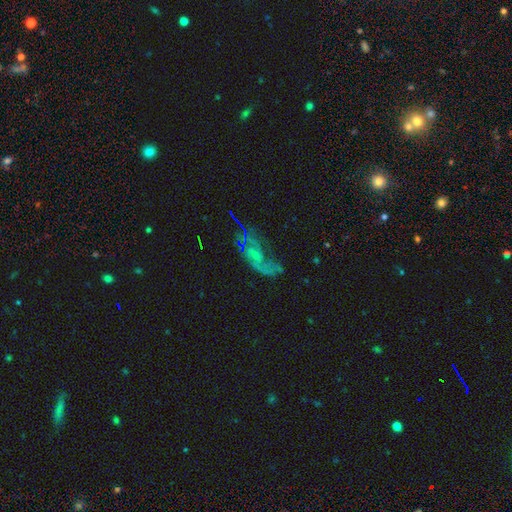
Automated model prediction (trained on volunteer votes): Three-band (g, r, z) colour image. It shows a featured or disk galaxy (57%) with no bar (75%), spiral arms (56%) and a small central bulge (60%). Merging: major disturbance (38%).